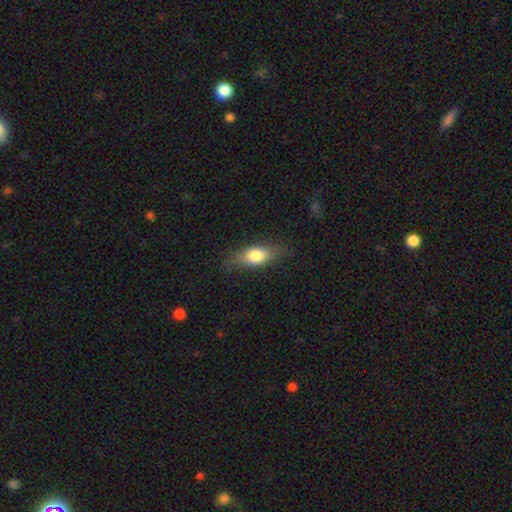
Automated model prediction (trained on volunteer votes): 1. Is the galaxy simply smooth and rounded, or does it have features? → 77% smooth, 16% featured or disk, 7% star or artifact.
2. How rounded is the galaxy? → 78% in between, 15% cigar-shaped, 6% round.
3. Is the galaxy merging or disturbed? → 77% none, 17% minor disturbance, 5% major disturbance, 1% merger.